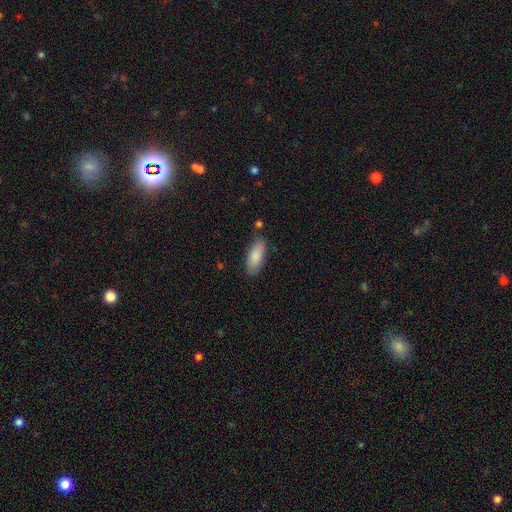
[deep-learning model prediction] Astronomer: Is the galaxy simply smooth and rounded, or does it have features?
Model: smooth — 86%.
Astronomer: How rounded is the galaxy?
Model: in between — 75%.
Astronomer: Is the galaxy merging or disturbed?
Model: none — 78%.